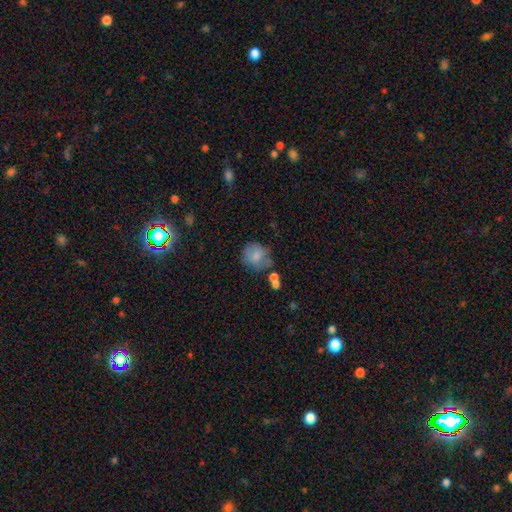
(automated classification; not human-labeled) smooth-or-featured: smooth: 75% | featured or disk: 16% | star or artifact: 9%
  how-rounded: round: 77% | in between: 22% | cigar-shaped: 1%
  merging: none: 55% | minor disturbance: 25% | major disturbance: 10% | merger: 10%